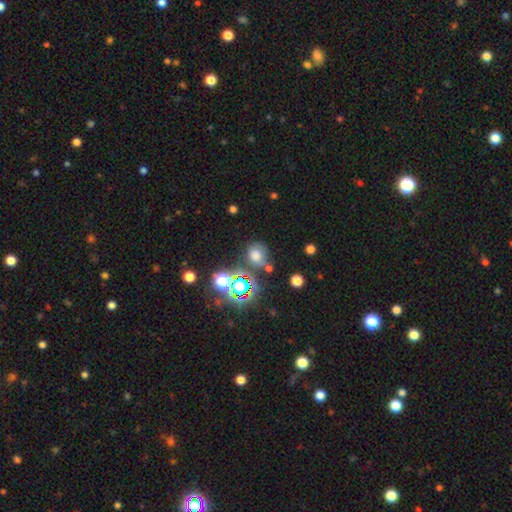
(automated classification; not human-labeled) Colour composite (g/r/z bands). It shows a smooth galaxy with no disk features (61%) that is round (68%). Merging: none (60%).